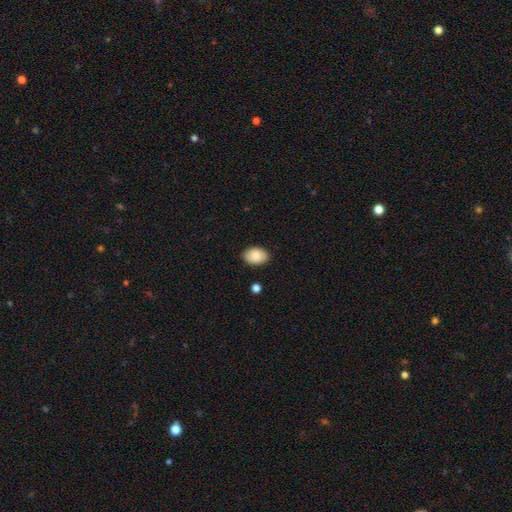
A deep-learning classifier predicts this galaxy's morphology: smooth_or_featured: smooth (p=0.87) [alt: star or artifact p=0.07]
how_rounded: in between (p=0.85) [alt: round p=0.14]
merging: none (p=0.87) [alt: minor disturbance p=0.09]